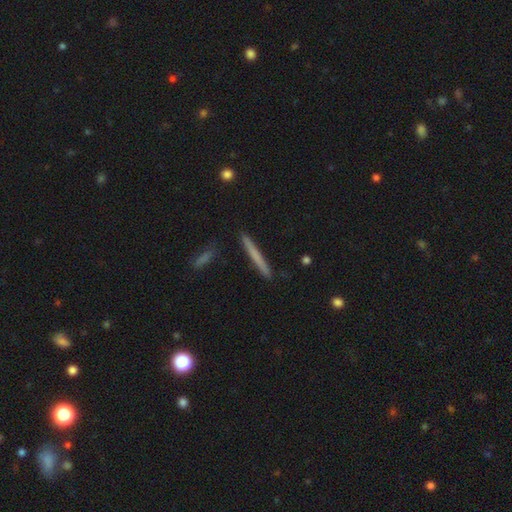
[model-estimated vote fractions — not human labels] Smooth or featured? smooth (63%)
How rounded? cigar-shaped (97%)
Merging? none (91%)